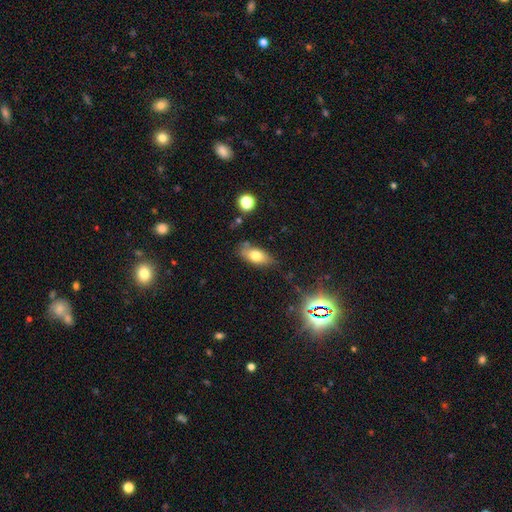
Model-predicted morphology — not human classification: The model was most divided on "merging": none: 67%, minor disturbance: 22%, major disturbance: 5%, merger: 5%. More confident: how rounded — in between (86%); smooth or featured — smooth (72%).